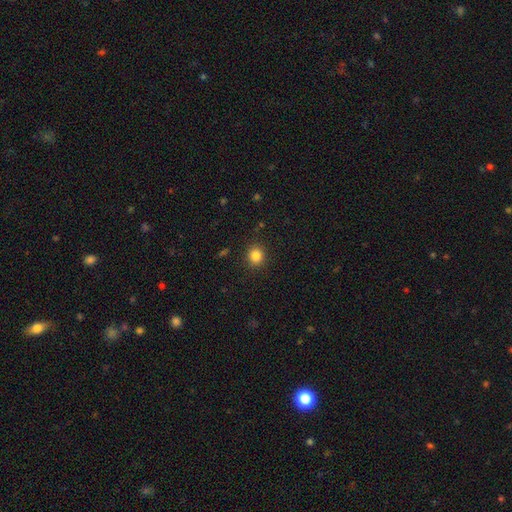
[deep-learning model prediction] smooth-or-featured: smooth: 84% | star or artifact: 11% | featured or disk: 5%
  how-rounded: round: 86% | in between: 14% | cigar-shaped: 1%
  merging: none: 90% | minor disturbance: 7% | major disturbance: 2% | merger: 1%